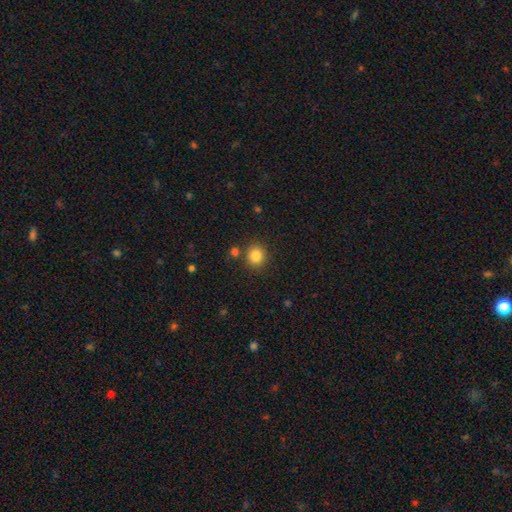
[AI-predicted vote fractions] A smooth galaxy with no disk features (83%) that is round (88%).

Vote fractions:
- Smooth or featured? smooth: 83% / star or artifact: 12% / featured or disk: 5%
- How rounded? round: 88% / in between: 11% / cigar-shaped: 1%
- Merging? none: 83% / minor disturbance: 8% / merger: 6% / major disturbance: 3%